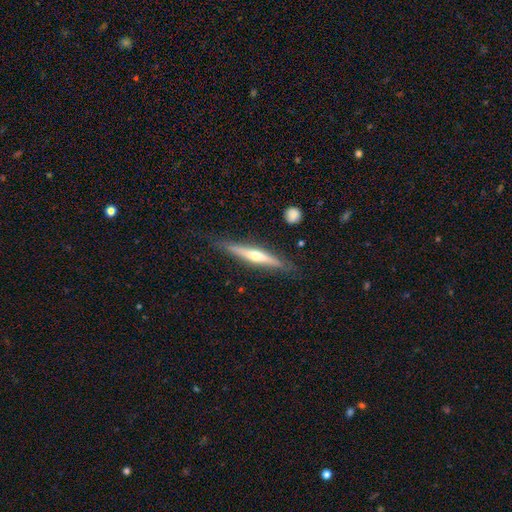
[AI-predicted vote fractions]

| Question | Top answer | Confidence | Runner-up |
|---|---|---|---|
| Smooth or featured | featured or disk | 67% | smooth (27%) |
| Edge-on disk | yes | 96% | no (4%) |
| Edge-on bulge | rounded | 84% | none (12%) |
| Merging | none | 83% | minor disturbance (13%) |